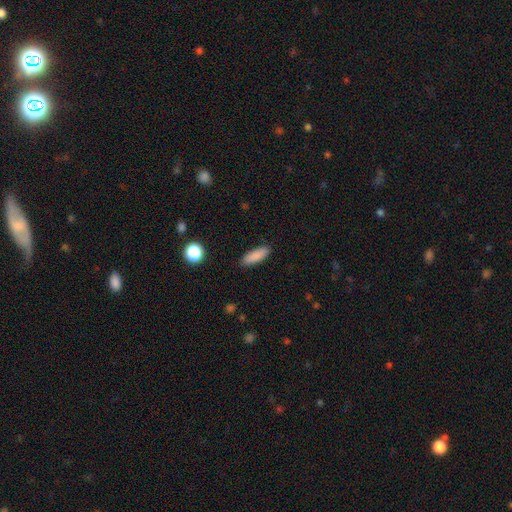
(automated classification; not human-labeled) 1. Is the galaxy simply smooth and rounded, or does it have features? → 87% smooth, 7% star or artifact, 5% featured or disk.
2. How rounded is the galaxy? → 52% in between, 46% cigar-shaped, 2% round.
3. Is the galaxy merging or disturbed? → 88% none, 9% minor disturbance, 2% major disturbance, 1% merger.